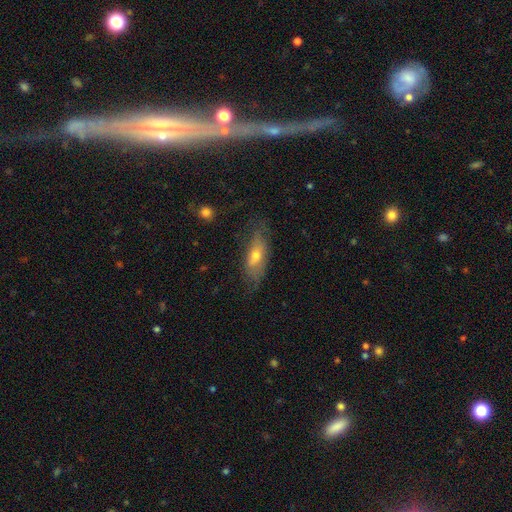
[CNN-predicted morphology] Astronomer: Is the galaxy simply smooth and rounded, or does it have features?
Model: smooth — 53% (runner-up: featured or disk, 39%).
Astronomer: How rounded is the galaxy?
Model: in between — 69%.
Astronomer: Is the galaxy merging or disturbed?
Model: none — 59%.